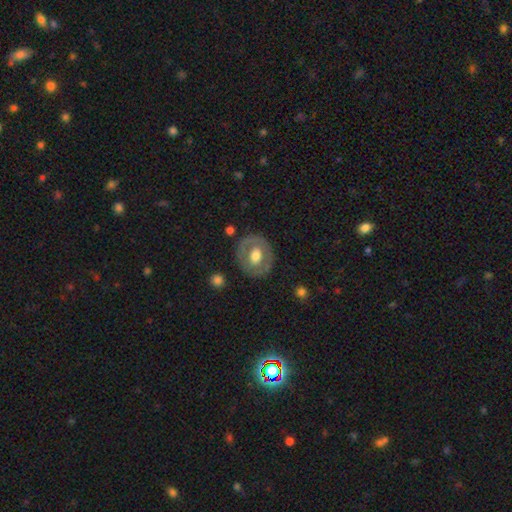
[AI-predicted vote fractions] smooth_or_featured: featured or disk (p=0.49) [alt: smooth p=0.45]
merging: none (p=0.80) [alt: minor disturbance p=0.13]